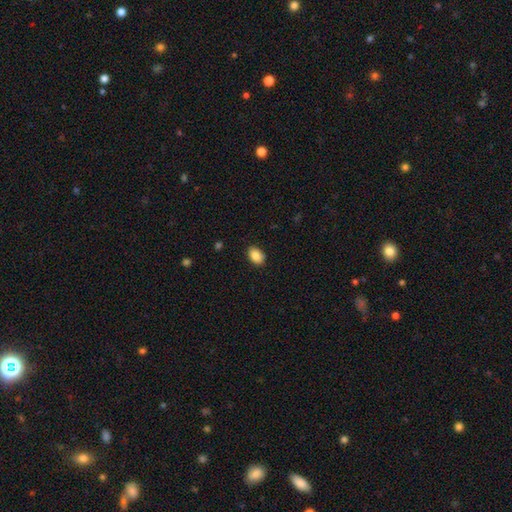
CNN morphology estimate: A smooth galaxy with no disk features (87%) that is in between round and cigar-shaped (85%). Merging: none (88%).